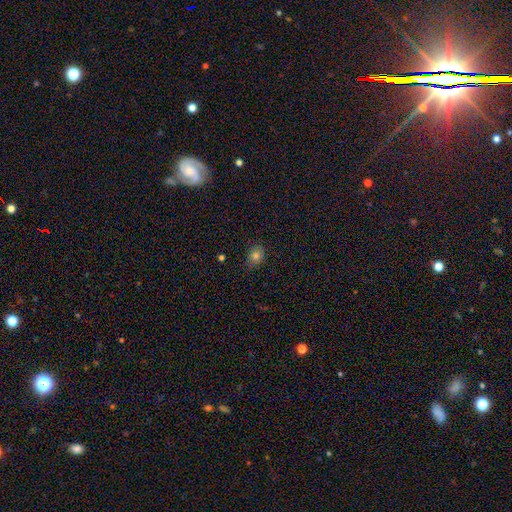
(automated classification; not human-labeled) smooth 78%, star or artifact 13%, featured or disk 9%. Down the decision tree: how rounded — round (51%); merging — none (80%).